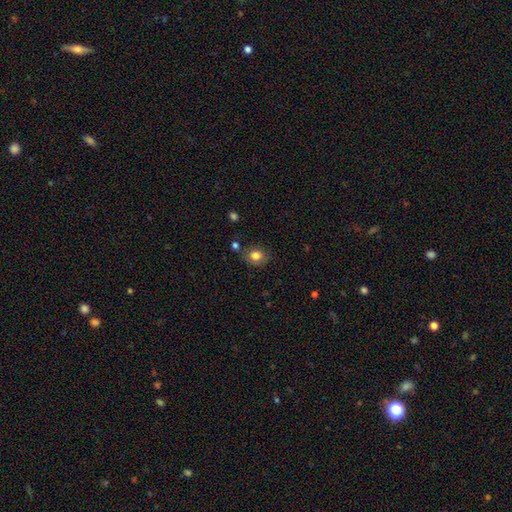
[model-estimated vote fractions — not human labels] A smooth galaxy with no disk features (81%) that is round (59%).

Vote fractions:
- Smooth or featured? smooth: 81% / star or artifact: 10% / featured or disk: 8%
- How rounded? round: 59% / in between: 41% / cigar-shaped: 1%
- Merging? none: 78% / minor disturbance: 14% / merger: 5% / major disturbance: 3%